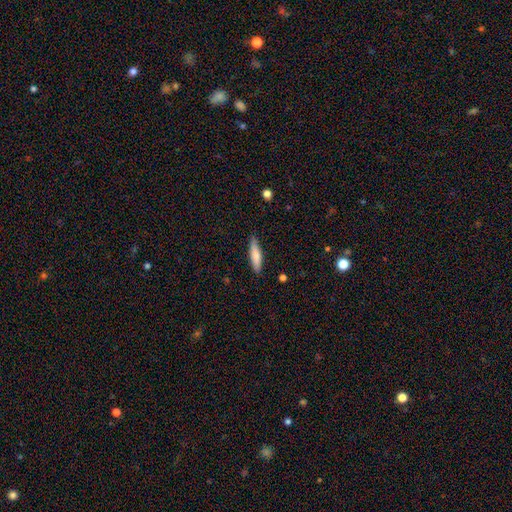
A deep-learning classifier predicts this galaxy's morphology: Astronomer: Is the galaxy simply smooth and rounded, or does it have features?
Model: smooth — 75%.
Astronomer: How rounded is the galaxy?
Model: cigar-shaped — 75%.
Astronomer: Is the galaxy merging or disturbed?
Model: none — 85%.